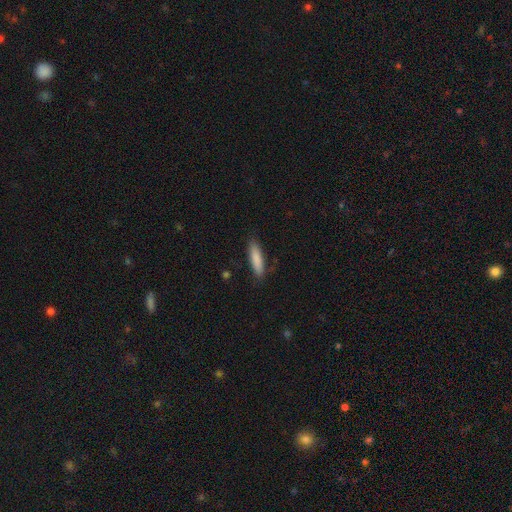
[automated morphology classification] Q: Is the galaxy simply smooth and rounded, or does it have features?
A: smooth — 84%.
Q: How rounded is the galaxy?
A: cigar-shaped — 76%.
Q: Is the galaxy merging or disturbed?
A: none — 86%.